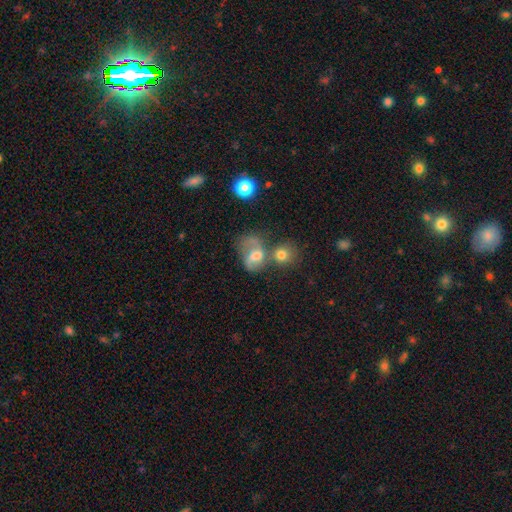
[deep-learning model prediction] This is possibly a smooth galaxy (46%). Merging: marginally merger (39%).